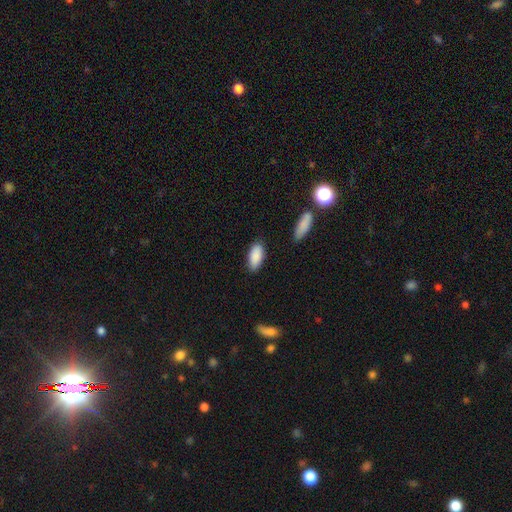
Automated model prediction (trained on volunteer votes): Smooth or featured? smooth (89%)
How rounded? in between (90%)
Merging? none (83%)